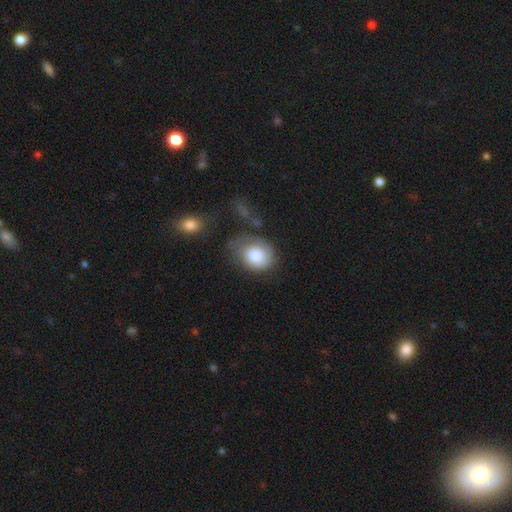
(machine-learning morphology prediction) Q: Smooth or featured?
A: smooth (71%); runner-up: featured or disk (22%)
Q: How rounded?
A: round (53%); runner-up: in between (46%)
Q: Merging?
A: none (41%); runner-up: minor disturbance (28%)